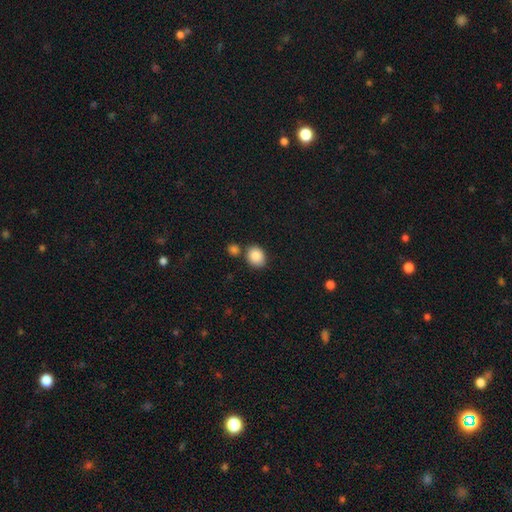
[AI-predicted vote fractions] This appears to be a smooth galaxy with no disk features (88%) that is round (51%). Merging: none (69%).